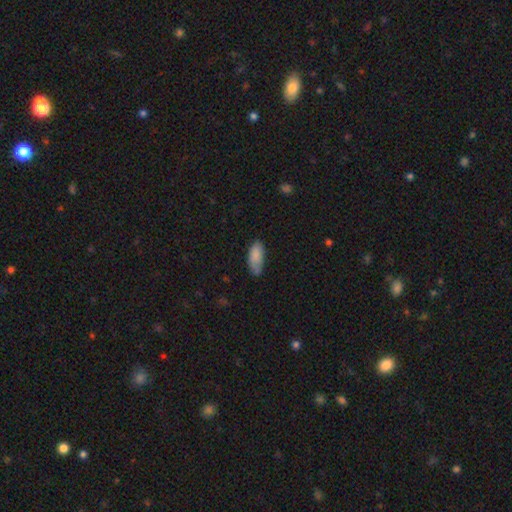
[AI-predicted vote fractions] The model was most divided on "merging": none: 59%, minor disturbance: 31%, major disturbance: 6%, merger: 3%. More confident: how rounded — in between (86%); smooth or featured — smooth (86%).